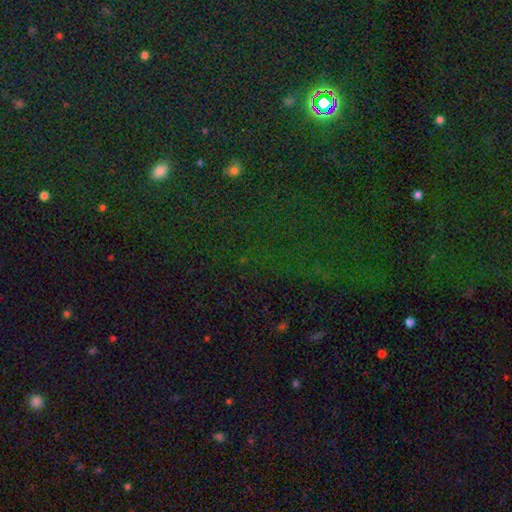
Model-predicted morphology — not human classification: type=star or artifact (76%).